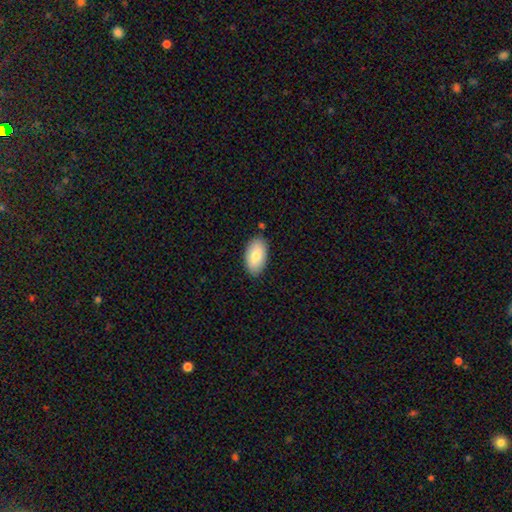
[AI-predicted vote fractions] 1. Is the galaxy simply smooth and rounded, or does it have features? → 78% smooth, 16% featured or disk, 6% star or artifact.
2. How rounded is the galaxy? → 95% in between, 3% round, 2% cigar-shaped.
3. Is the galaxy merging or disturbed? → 85% none, 11% minor disturbance, 2% major disturbance, 2% merger.